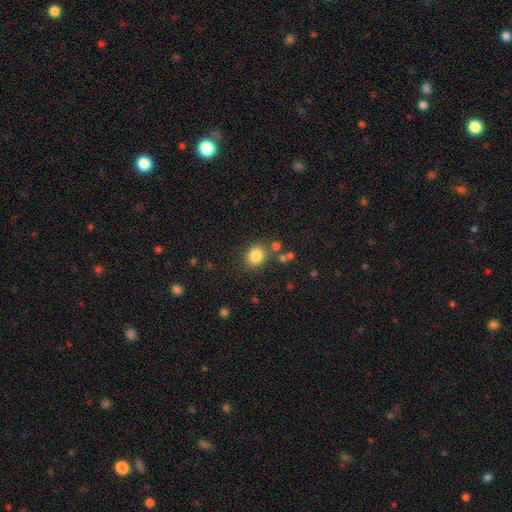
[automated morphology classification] Smooth or featured?
  - smooth: 83% *
  - star or artifact: 11%
  - featured or disk: 6%
How rounded?
  - round: 67% *
  - in between: 32%
  - cigar-shaped: 1%
Merging?
  - none: 79% *
  - minor disturbance: 11%
  - merger: 7%
  - major disturbance: 4%